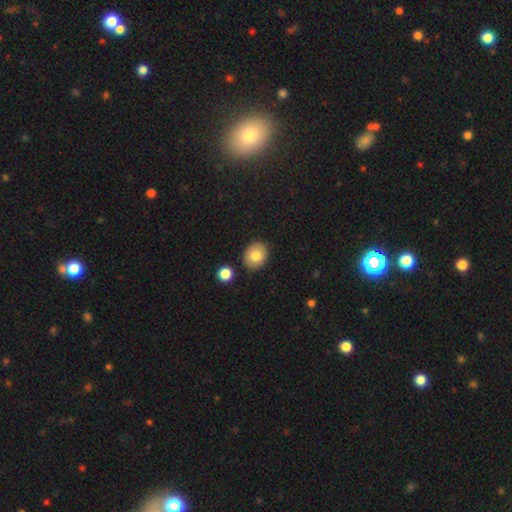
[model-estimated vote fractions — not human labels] A smooth galaxy with no disk features (80%) that is round (59%).

Vote fractions:
- Smooth or featured? smooth: 80% / featured or disk: 12% / star or artifact: 9%
- How rounded? round: 59% / in between: 40% / cigar-shaped: 1%
- Merging? none: 86% / minor disturbance: 9% / merger: 3% / major disturbance: 2%